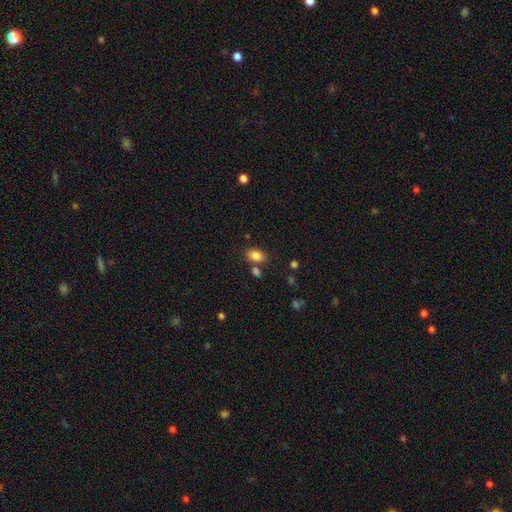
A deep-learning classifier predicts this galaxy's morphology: Smooth or featured?
  - smooth: 83% *
  - star or artifact: 10%
  - featured or disk: 7%
How rounded?
  - in between: 76% *
  - round: 23%
  - cigar-shaped: 1%
Merging?
  - none: 70% *
  - merger: 14%
  - minor disturbance: 12%
  - major disturbance: 4%